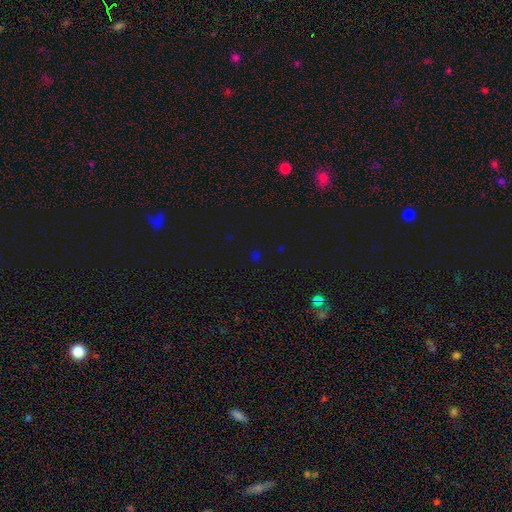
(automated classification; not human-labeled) Smooth or featured: star or artifact — 53% (smooth — 41%)